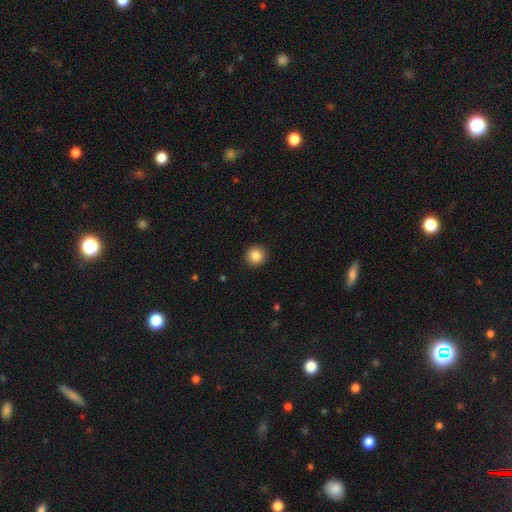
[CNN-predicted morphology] This appears to be a smooth galaxy with no disk features (85%) that is round (94%). Merging: none (93%).